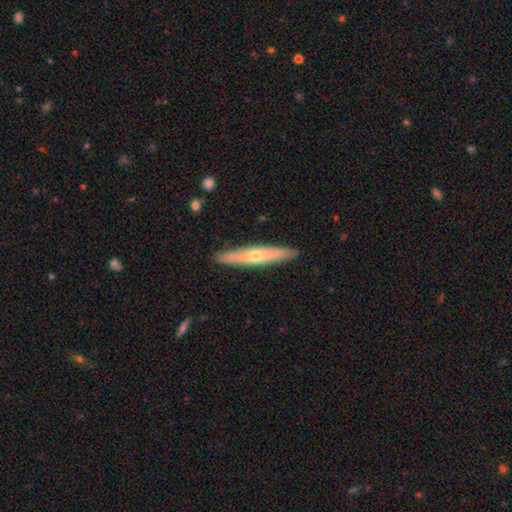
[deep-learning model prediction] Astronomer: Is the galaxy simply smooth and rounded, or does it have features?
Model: featured or disk — 54% (runner-up: smooth, 40%).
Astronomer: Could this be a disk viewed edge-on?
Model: yes — 89%.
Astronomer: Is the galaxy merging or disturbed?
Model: none — 91%.